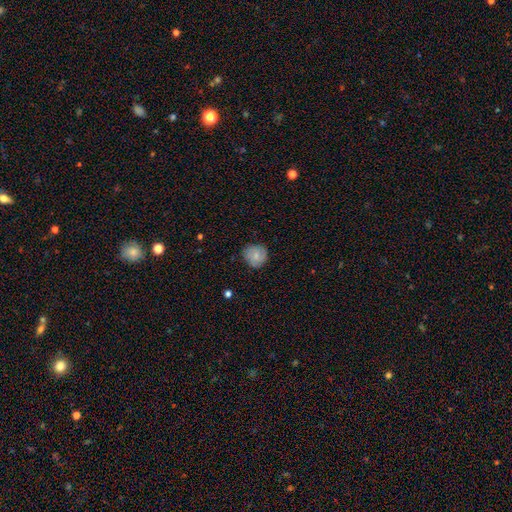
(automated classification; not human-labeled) A smooth galaxy with no disk features (69%) that is round (88%). Merging: none (76%).